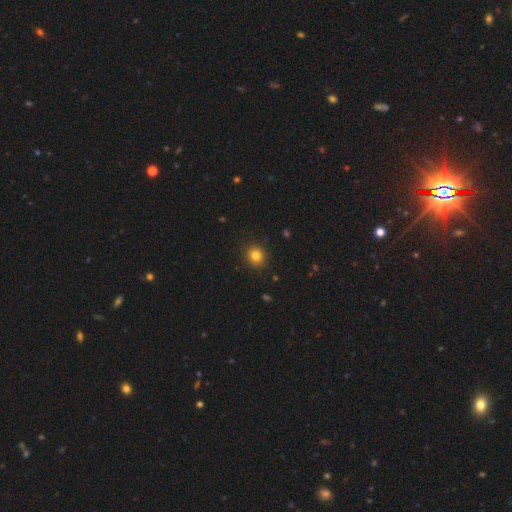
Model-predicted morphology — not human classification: This is clearly a smooth galaxy (82%). How rounded: clearly round (86%). Merging: clearly none (90%).